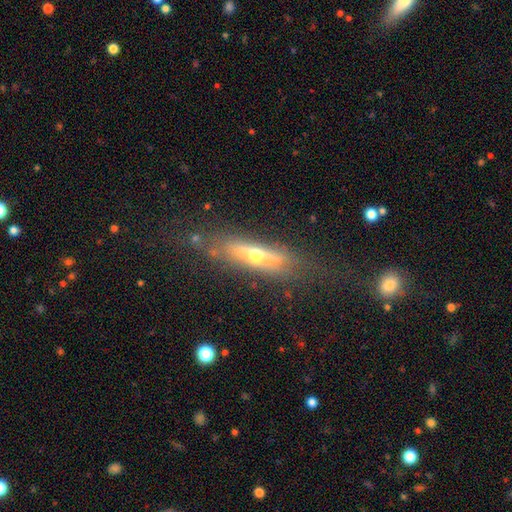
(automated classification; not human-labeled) This appears to be a featured or disk galaxy (51%) viewed edge-on (78%). Merging: none (71%).